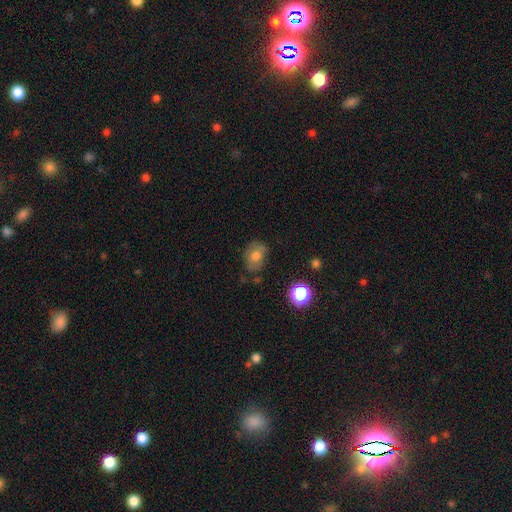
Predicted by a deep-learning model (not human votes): smooth-or-featured: smooth: 68% | featured or disk: 21% | star or artifact: 11%
  how-rounded: in between: 64% | round: 35% | cigar-shaped: 1%
  merging: none: 70% | minor disturbance: 21% | major disturbance: 6% | merger: 3%